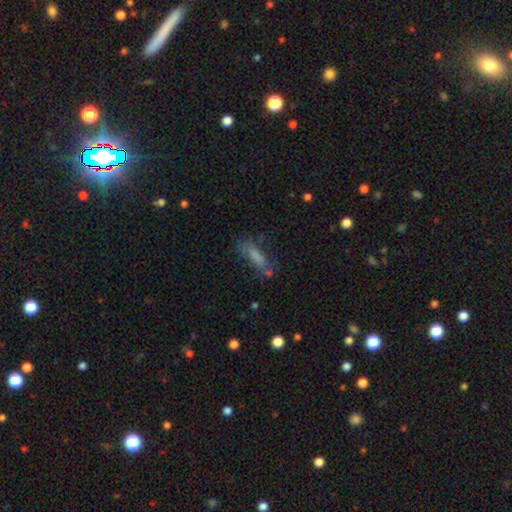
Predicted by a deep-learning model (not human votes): A smooth galaxy with no disk features (58%) that is cigar-shaped (54%).

Vote fractions:
- Smooth or featured? smooth: 58% / featured or disk: 24% / star or artifact: 18%
- How rounded? cigar-shaped: 54% / in between: 43% / round: 3%
- Merging? none: 59% / minor disturbance: 21% / major disturbance: 13% / merger: 6%